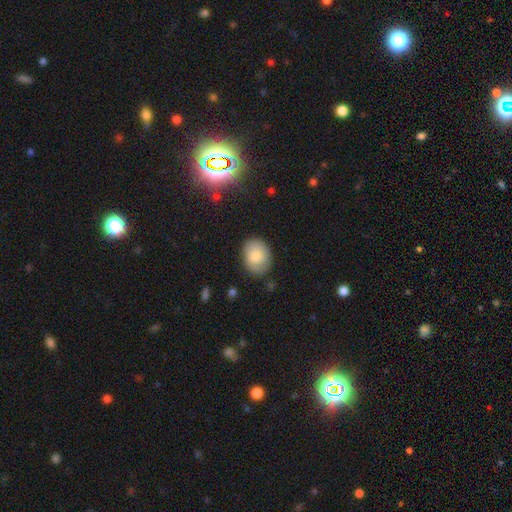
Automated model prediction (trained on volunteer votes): Morphology: type=smooth (82%); roundness=in between (60%); merging=none (82%).